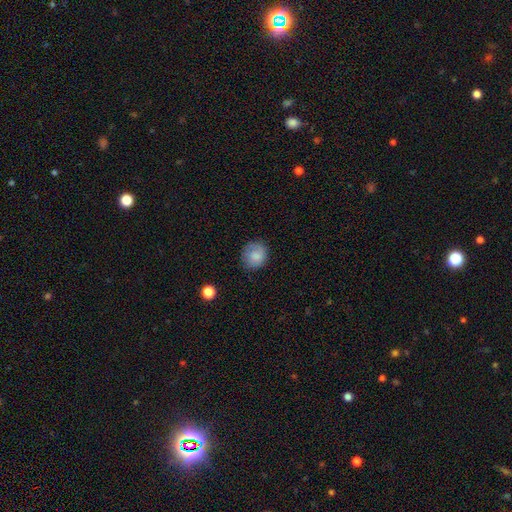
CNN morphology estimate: Q: Smooth or featured?
A: smooth (82%); runner-up: featured or disk (9%)
Q: How rounded?
A: round (82%); runner-up: in between (17%)
Q: Merging?
A: none (78%); runner-up: minor disturbance (16%)